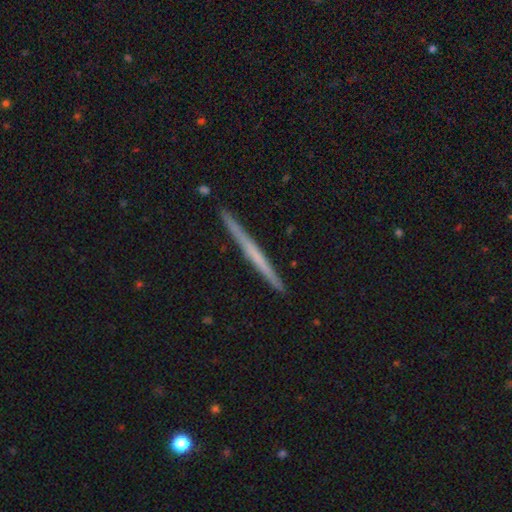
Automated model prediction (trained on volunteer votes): Morphology: type=featured or disk (52%); edge-on=yes (98%); edge-on bulge=none (88%); merging=none (91%).